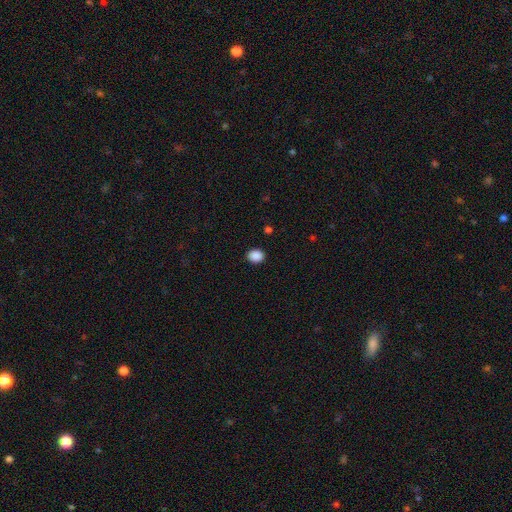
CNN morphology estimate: Smooth or featured? Predicted: smooth (p=0.89). How rounded? Predicted: round (p=0.58). Merging? Predicted: none (p=0.90).